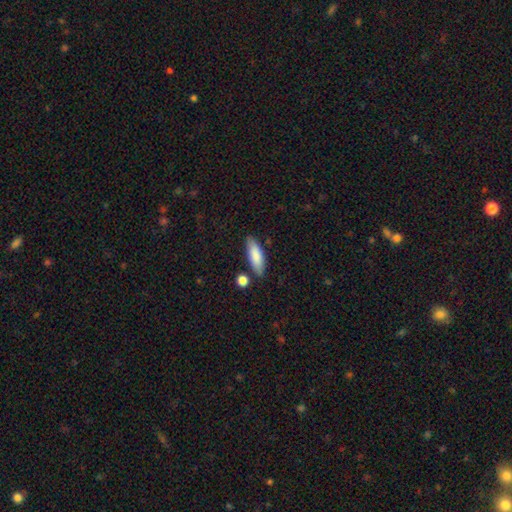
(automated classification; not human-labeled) Q: Smooth or featured?
A: smooth (84%); runner-up: featured or disk (10%)
Q: How rounded?
A: in between (60%); runner-up: cigar-shaped (38%)
Q: Merging?
A: none (79%); runner-up: minor disturbance (13%)